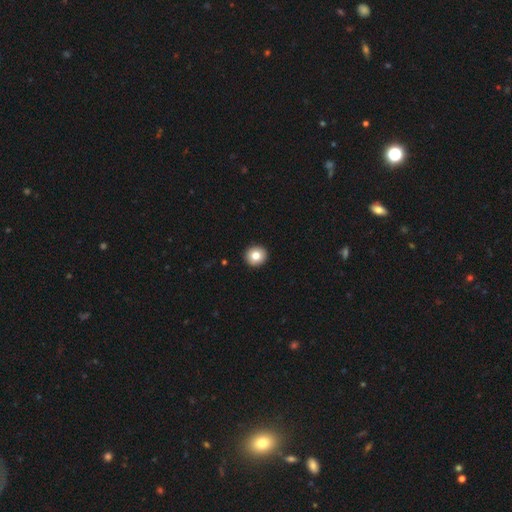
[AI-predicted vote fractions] Smooth or featured?
  - smooth: 82% *
  - featured or disk: 9%
  - star or artifact: 9%
How rounded?
  - round: 92% *
  - in between: 7%
  - cigar-shaped: 1%
Merging?
  - none: 94% *
  - minor disturbance: 4%
  - major disturbance: 1%
  - merger: 1%